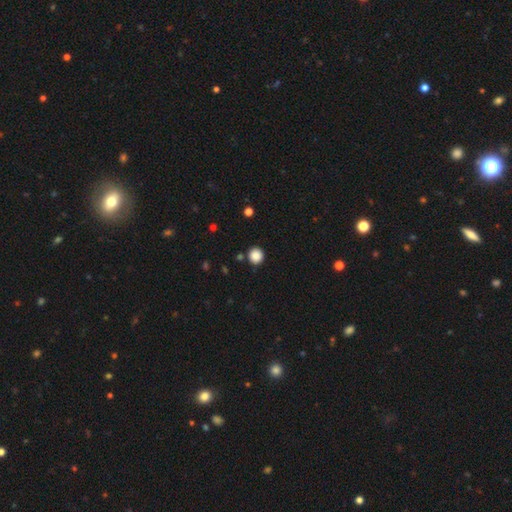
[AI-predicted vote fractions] Overall: smooth (87%). How rounded: round (92%). Merging: none (89%).